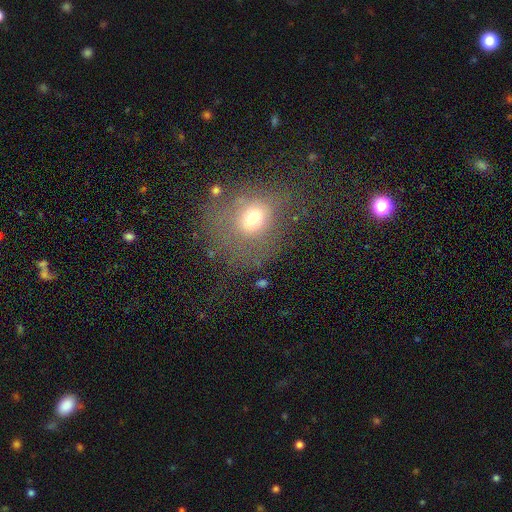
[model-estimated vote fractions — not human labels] A smooth galaxy with no disk features (58%) that is round (70%).

Vote fractions:
- Smooth or featured? smooth: 58% / star or artifact: 24% / featured or disk: 18%
- How rounded? round: 70% / in between: 29% / cigar-shaped: 1%
- Merging? none: 53% / minor disturbance: 23% / major disturbance: 19% / merger: 5%